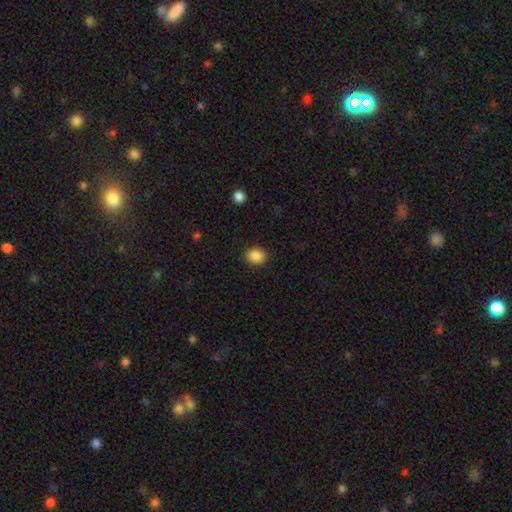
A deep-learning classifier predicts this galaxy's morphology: This is clearly a smooth galaxy (88%). How rounded: likely round (64%). Merging: clearly none (90%).